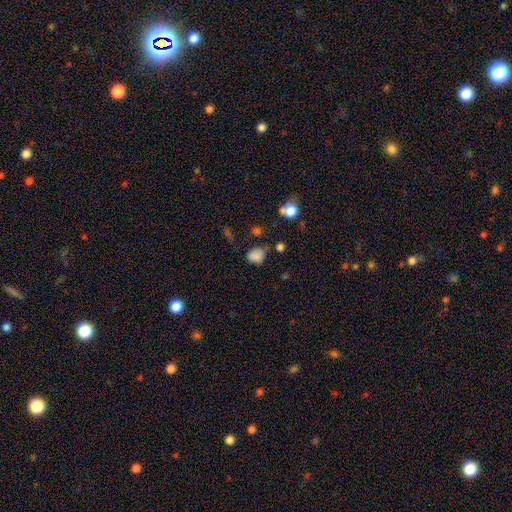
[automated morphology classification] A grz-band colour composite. It shows a smooth galaxy with no disk features (80%) that is in between round and cigar-shaped (52%). Merging: none (63%).